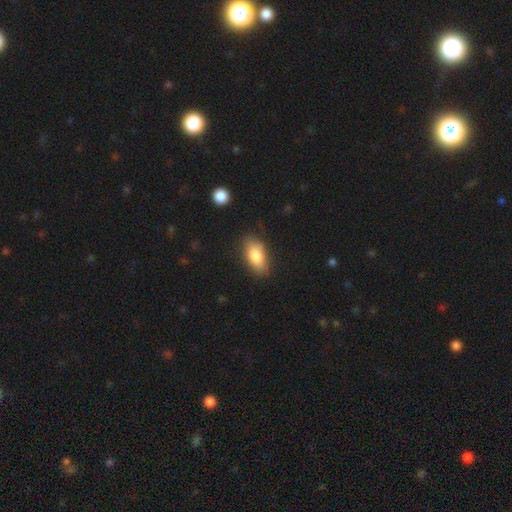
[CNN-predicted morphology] smooth_or_featured: smooth (p=0.82) [alt: featured or disk p=0.11]
how_rounded: in between (p=0.90) [alt: cigar-shaped p=0.05]
merging: none (p=0.81) [alt: minor disturbance p=0.14]